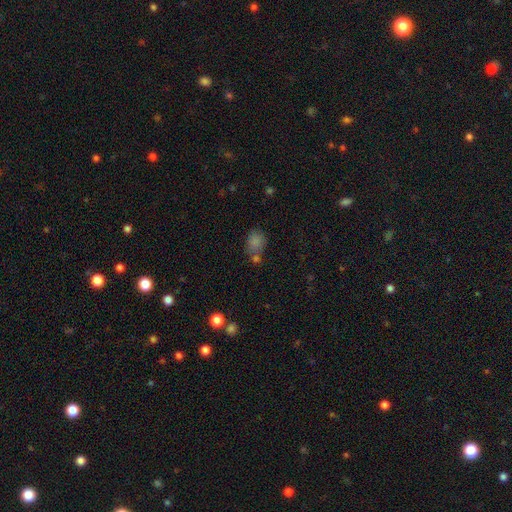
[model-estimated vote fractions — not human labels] smooth 59%, star or artifact 32%, featured or disk 10%. Down the decision tree: how rounded — round (56%); merging — none (63%).